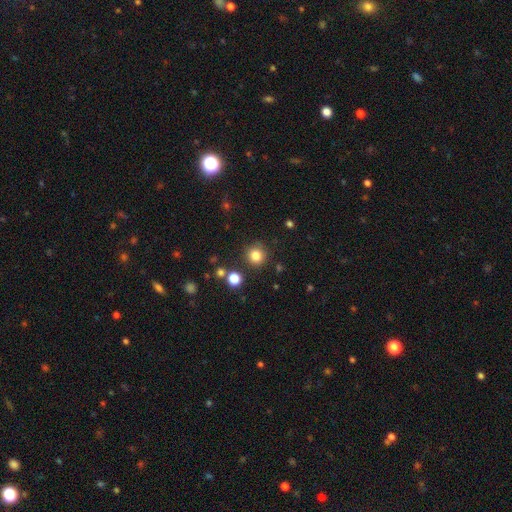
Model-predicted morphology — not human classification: Overall: smooth (82%). How rounded: round (94%). Merging: none (87%).